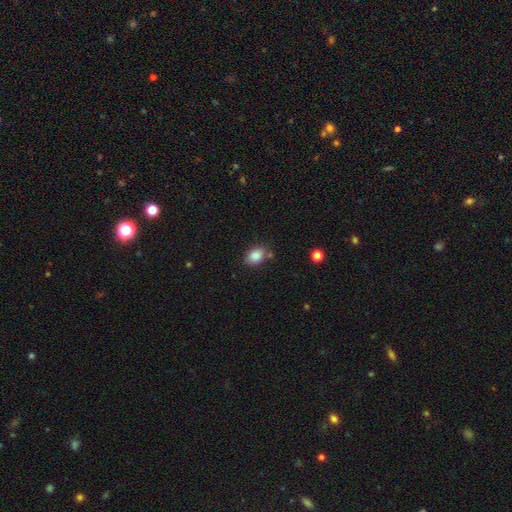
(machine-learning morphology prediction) A smooth galaxy with no disk features (86%) that is in between round and cigar-shaped (65%).

Vote fractions:
- Smooth or featured? smooth: 86% / star or artifact: 9% / featured or disk: 5%
- How rounded? in between: 65% / round: 34% / cigar-shaped: 1%
- Merging? none: 72% / minor disturbance: 17% / merger: 7% / major disturbance: 4%